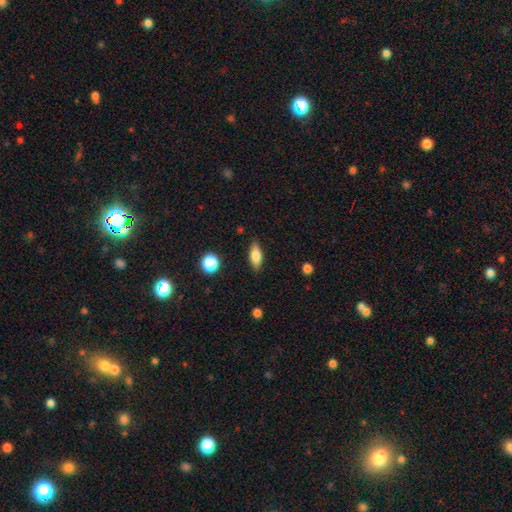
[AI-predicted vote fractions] smooth 74%, featured or disk 18%, star or artifact 8%. Down the decision tree: how rounded — in between (72%); merging — none (85%).